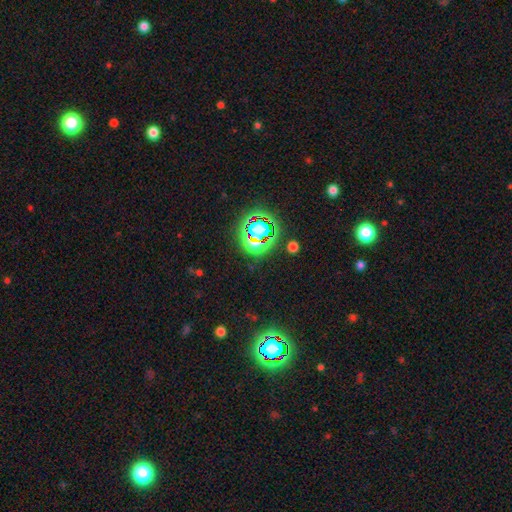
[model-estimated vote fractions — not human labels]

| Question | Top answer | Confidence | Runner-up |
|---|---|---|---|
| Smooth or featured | star or artifact | 80% | smooth (13%) |